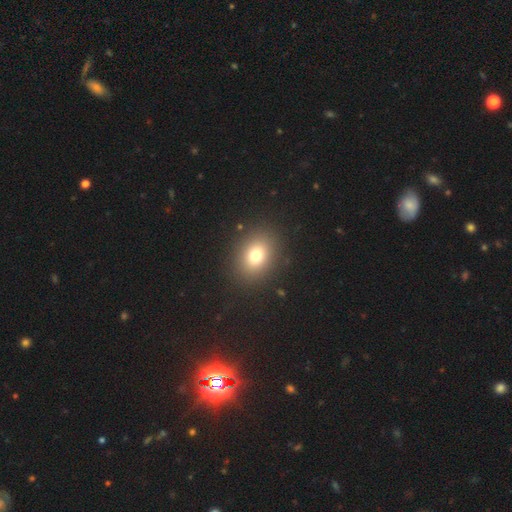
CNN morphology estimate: This is likely a smooth galaxy (76%). How rounded: possibly in between (55%). Merging: clearly none (88%).